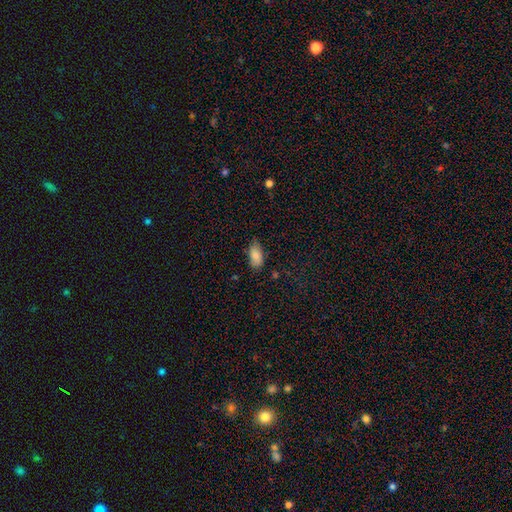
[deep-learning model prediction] This is clearly a smooth galaxy (85%). How rounded: clearly in between (91%). Merging: likely none (67%).